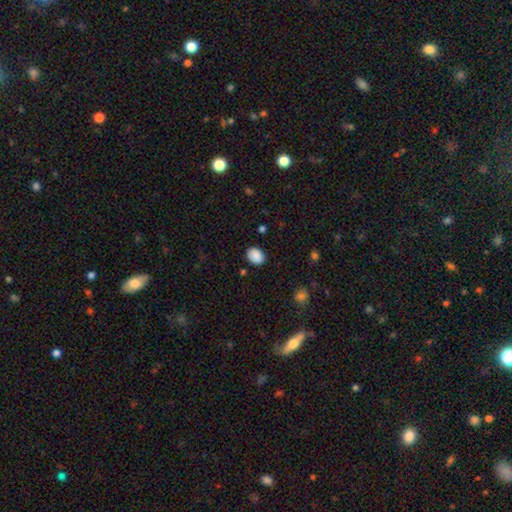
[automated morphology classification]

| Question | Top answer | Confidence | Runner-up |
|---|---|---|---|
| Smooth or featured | smooth | 88% | star or artifact (8%) |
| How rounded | in between | 64% | round (35%) |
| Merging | none | 84% | minor disturbance (12%) |